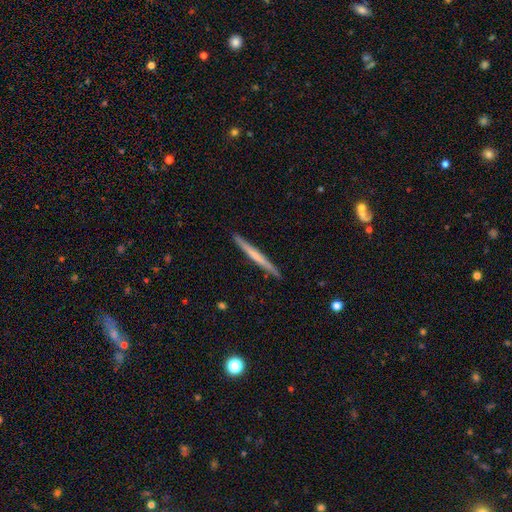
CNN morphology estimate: Smooth or featured? featured or disk (49%)
Merging? none (90%)